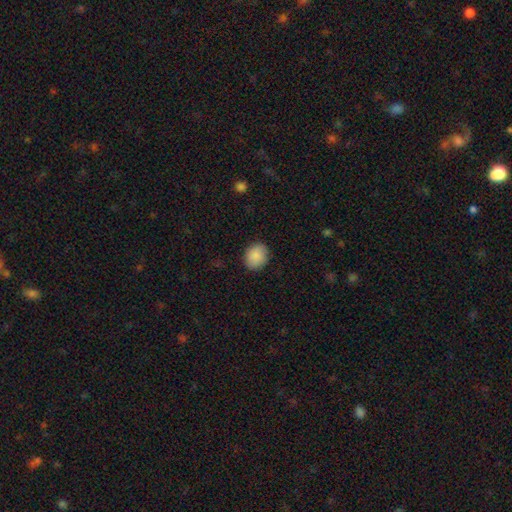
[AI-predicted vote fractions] smooth-or-featured: smooth: 89% | star or artifact: 7% | featured or disk: 4%
  how-rounded: round: 51% | in between: 48% | cigar-shaped: 1%
  merging: none: 87% | minor disturbance: 9% | major disturbance: 2% | merger: 1%